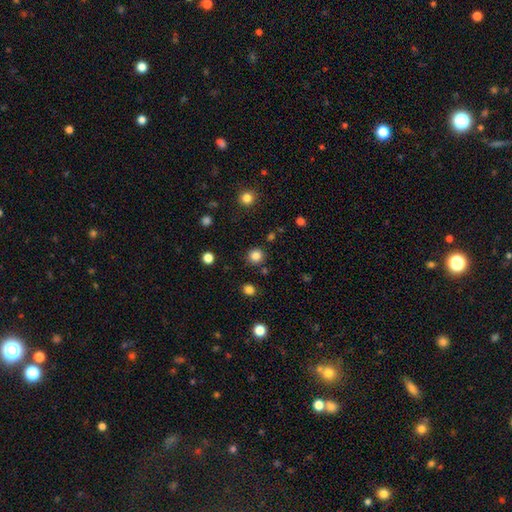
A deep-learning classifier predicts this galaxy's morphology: Smooth or featured? smooth (84%)
How rounded? round (93%)
Merging? none (88%)